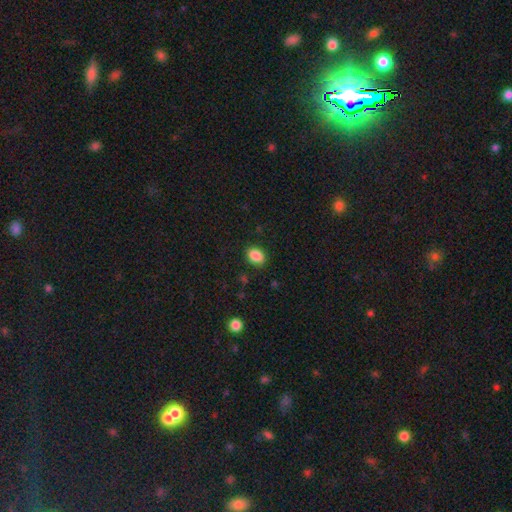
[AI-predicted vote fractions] This is clearly a smooth galaxy (87%). How rounded: likely in between (67%). Merging: clearly none (86%).